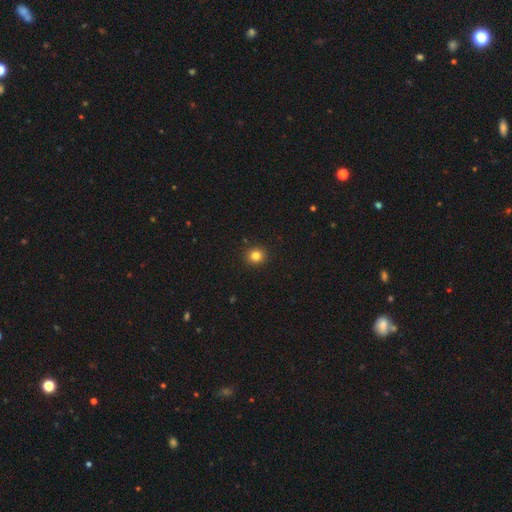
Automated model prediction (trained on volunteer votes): Q: Smooth or featured?
A: smooth (82%); runner-up: star or artifact (13%)
Q: How rounded?
A: round (88%); runner-up: in between (11%)
Q: Merging?
A: none (92%); runner-up: minor disturbance (5%)